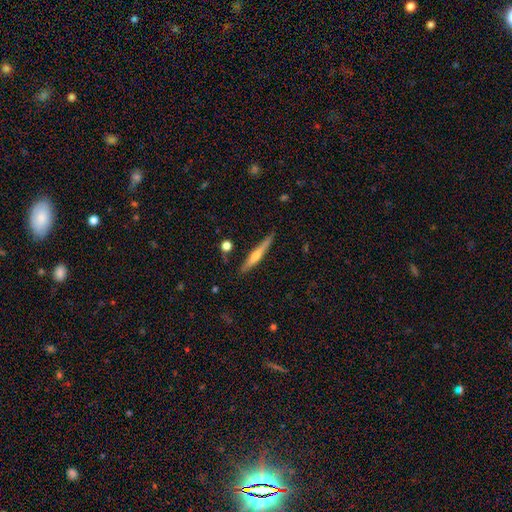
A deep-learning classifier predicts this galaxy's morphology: Smooth or featured: featured or disk — 55% (smooth — 38%)
Edge-on disk: yes — 96% (no — 4%)
Edge-on bulge: rounded — 77% (none — 17%)
Merging: none — 85% (minor disturbance — 11%)